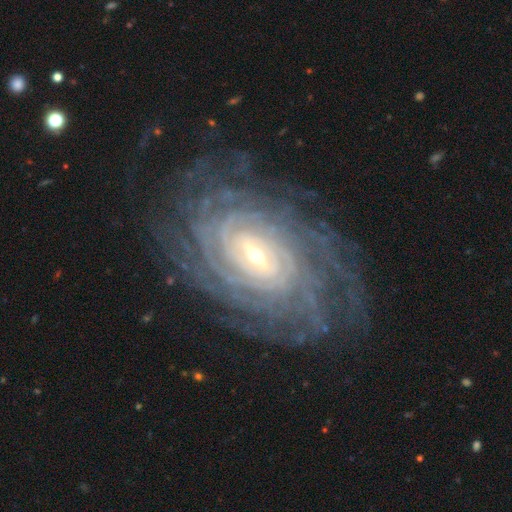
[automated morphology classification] Smooth or featured? featured or disk (91%)
Edge-on disk? no (96%)
Bar? weak (45%)
Spiral arms? yes (98%)
Spiral winding? tight (86%)
Spiral arm count? more than 4 (36%)
Bulge size? small (66%)
Merging? none (81%)